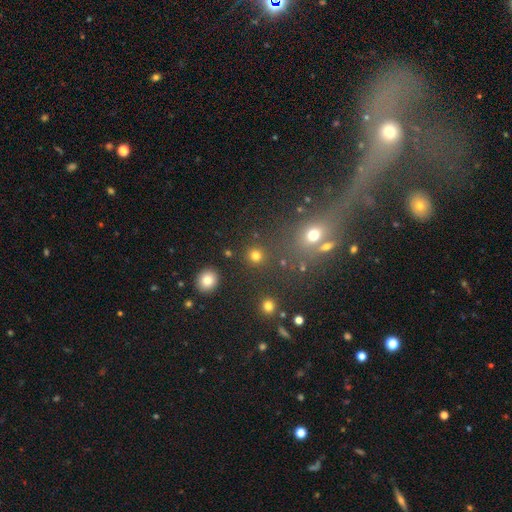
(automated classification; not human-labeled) Smooth or featured? Predicted: smooth (p=0.78). How rounded? Predicted: round (p=0.92). Merging? Predicted: none (p=0.87).